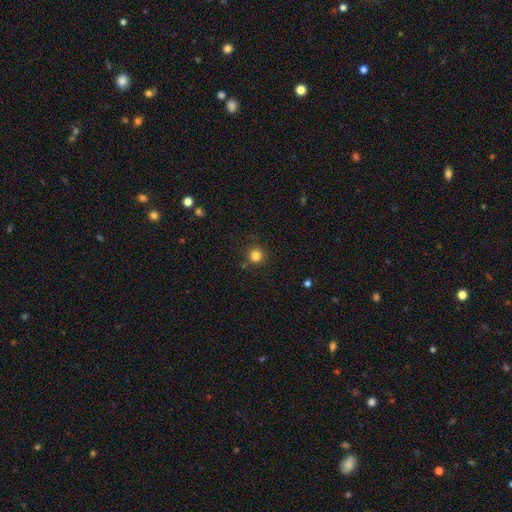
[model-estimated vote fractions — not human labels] Smooth or featured? Predicted: smooth (p=0.83). How rounded? Predicted: round (p=0.94). Merging? Predicted: none (p=0.86).